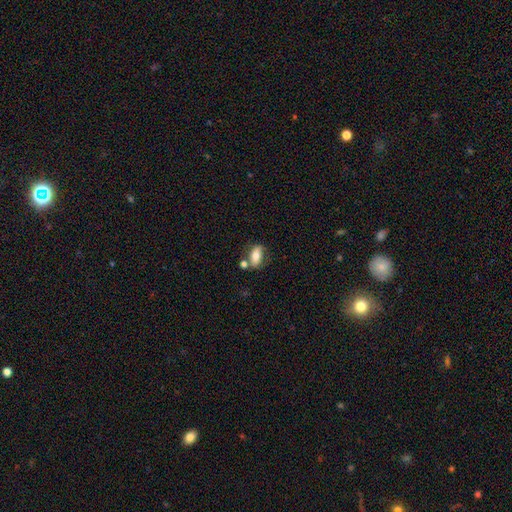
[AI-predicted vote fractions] This appears to be a smooth galaxy with no disk features (67%) that is in between round and cigar-shaped (79%). Merging: none (62%).